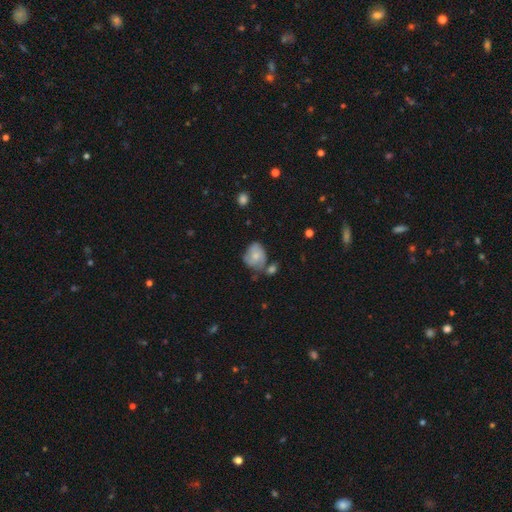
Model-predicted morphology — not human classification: smooth_or_featured: smooth (p=0.52) [alt: featured or disk p=0.40]
how_rounded: round (p=0.51) [alt: in between p=0.48]
merging: none (p=0.41) [alt: minor disturbance p=0.29]